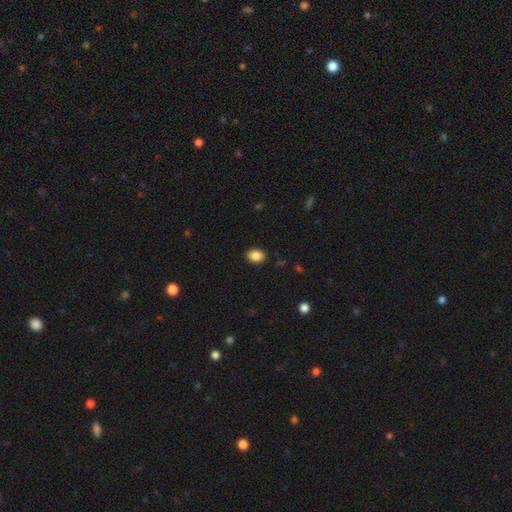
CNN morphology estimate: smooth 88%, star or artifact 8%, featured or disk 4%. Down the decision tree: how rounded — in between (68%); merging — none (89%).